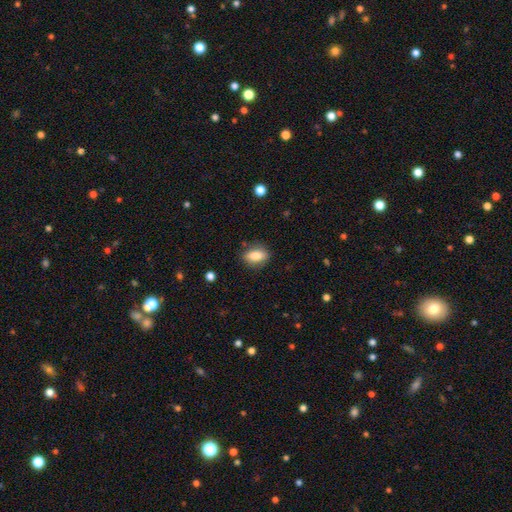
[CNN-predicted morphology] type=smooth (81%); roundness=in between (79%); merging=none (84%).